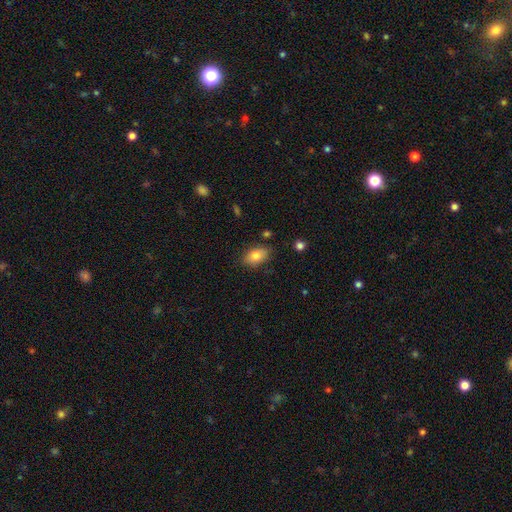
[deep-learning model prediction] This is clearly a smooth galaxy (81%). How rounded: clearly in between (88%). Merging: clearly none (81%).